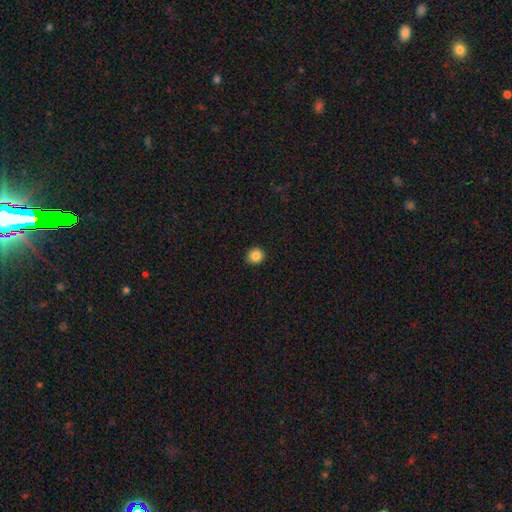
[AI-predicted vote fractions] A smooth galaxy with no disk features (85%) that is round (90%).

Vote fractions:
- Smooth or featured? smooth: 85% / star or artifact: 10% / featured or disk: 4%
- How rounded? round: 90% / in between: 9% / cigar-shaped: 1%
- Merging? none: 90% / minor disturbance: 8% / major disturbance: 2% / merger: 1%